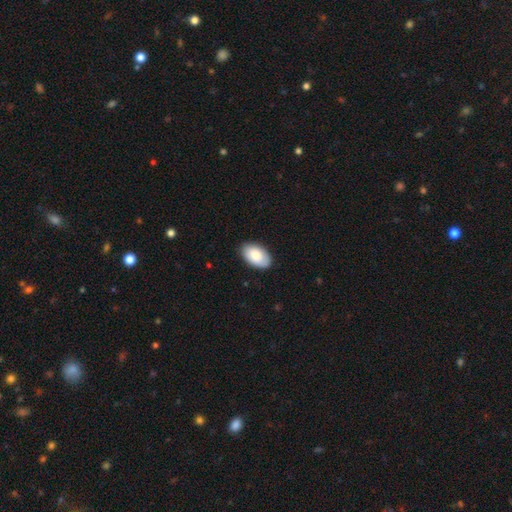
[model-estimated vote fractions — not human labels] The model was most divided on "smooth or featured": smooth: 84%, featured or disk: 11%, star or artifact: 6%. More confident: how rounded — in between (94%); merging — none (85%).